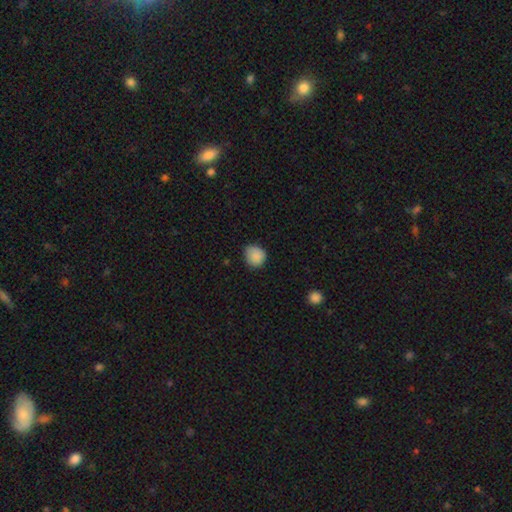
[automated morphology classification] smooth-or-featured: smooth: 87% | star or artifact: 9% | featured or disk: 4%
  how-rounded: round: 83% | in between: 16% | cigar-shaped: 1%
  merging: none: 74% | minor disturbance: 21% | major disturbance: 3% | merger: 1%